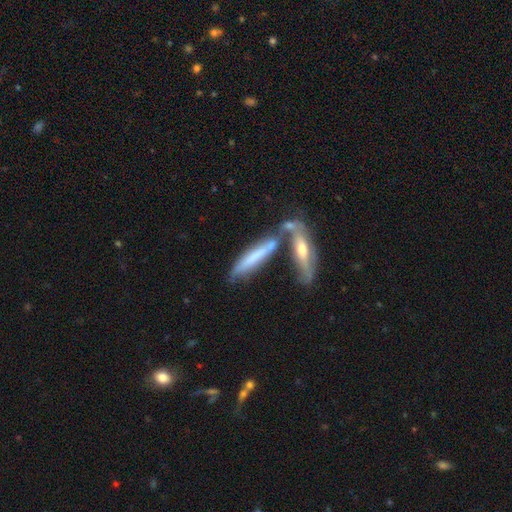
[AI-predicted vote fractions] Smooth or featured? Predicted: smooth (p=0.52). How rounded? Predicted: cigar-shaped (p=0.84). Merging? Predicted: none (p=0.43).